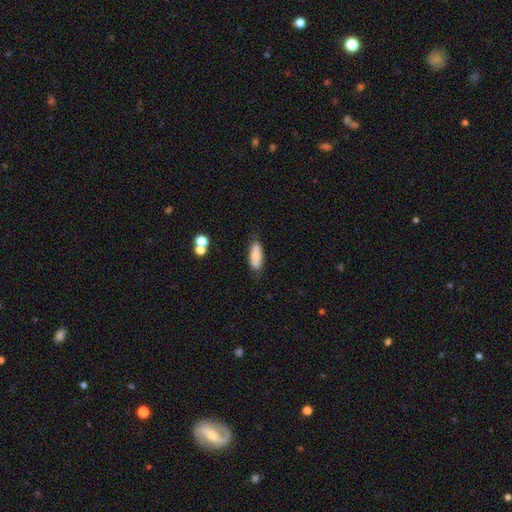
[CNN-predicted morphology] smooth-or-featured: smooth: 74% | featured or disk: 18% | star or artifact: 8%
  how-rounded: in between: 71% | cigar-shaped: 26% | round: 2%
  merging: none: 71% | minor disturbance: 20% | major disturbance: 5% | merger: 4%